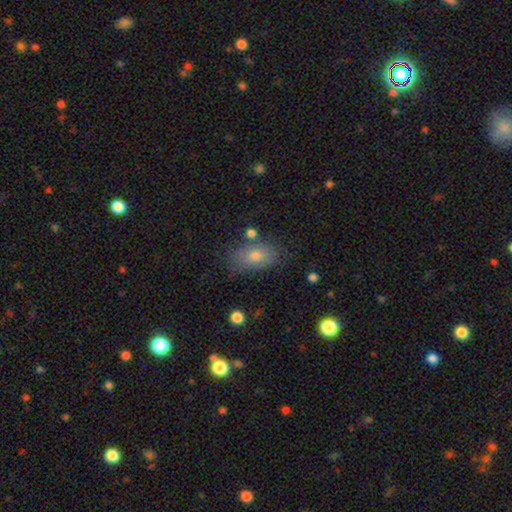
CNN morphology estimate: Smooth or featured? smooth (74%)
How rounded? in between (86%)
Merging? none (72%)